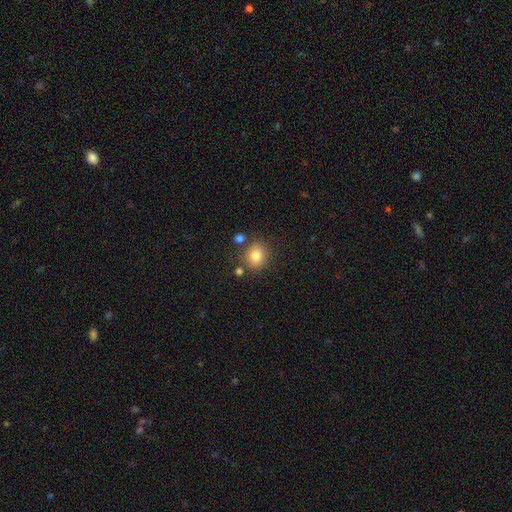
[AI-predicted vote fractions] This appears to be a smooth galaxy with no disk features (81%) that is round (77%). Merging: none (77%).